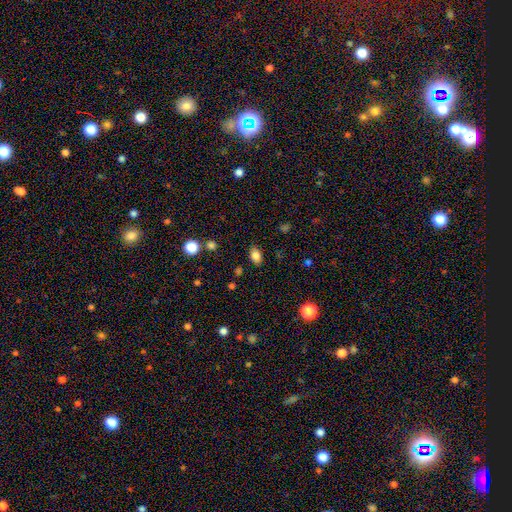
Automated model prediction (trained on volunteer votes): smooth-or-featured: smooth: 82% | star or artifact: 11% | featured or disk: 7%
  how-rounded: in between: 83% | round: 15% | cigar-shaped: 2%
  merging: none: 84% | minor disturbance: 11% | major disturbance: 3% | merger: 2%